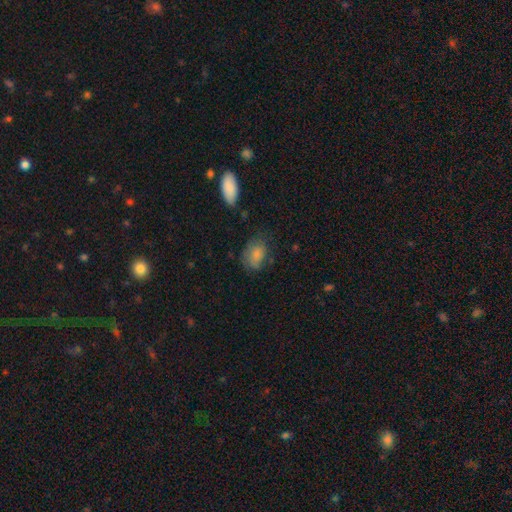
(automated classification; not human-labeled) Smooth or featured? smooth (74%)
How rounded? in between (78%)
Merging? none (61%)